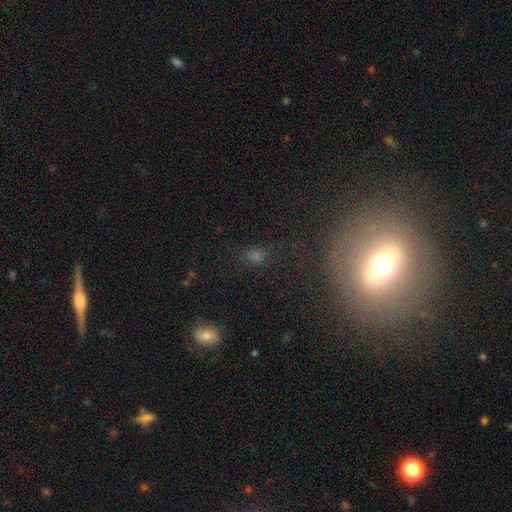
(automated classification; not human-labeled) Smooth or featured?
  - smooth: 51% *
  - star or artifact: 36%
  - featured or disk: 13%
How rounded?
  - in between: 54% *
  - round: 41%
  - cigar-shaped: 5%
Merging?
  - none: 73% *
  - minor disturbance: 14%
  - major disturbance: 8%
  - merger: 4%